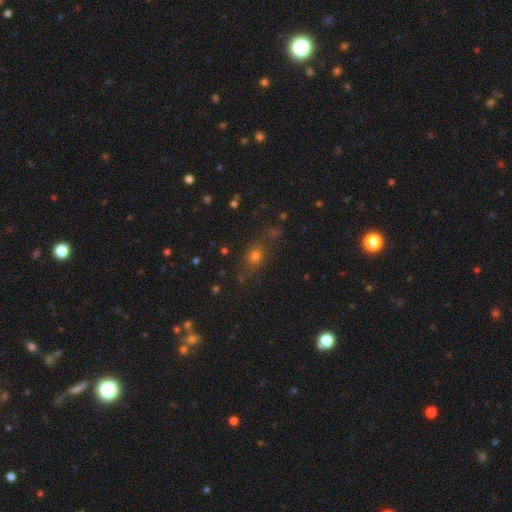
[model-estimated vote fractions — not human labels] smooth_or_featured: smooth (p=0.64) [alt: star or artifact p=0.23]
how_rounded: round (p=0.52) [alt: in between p=0.42]
merging: none (p=0.70) [alt: minor disturbance p=0.16]